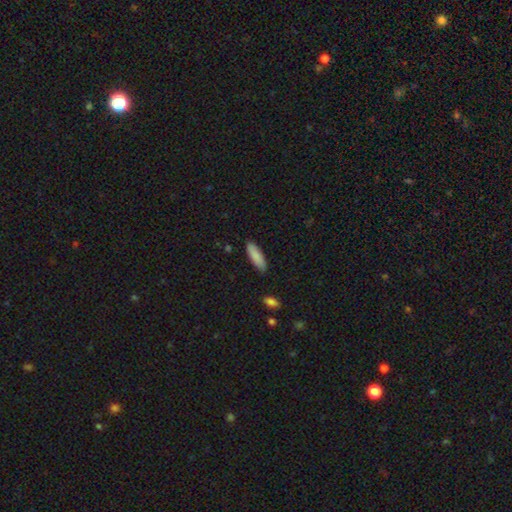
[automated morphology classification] This appears to be a smooth galaxy with no disk features (87%) that is cigar-shaped (52%). Merging: none (86%).